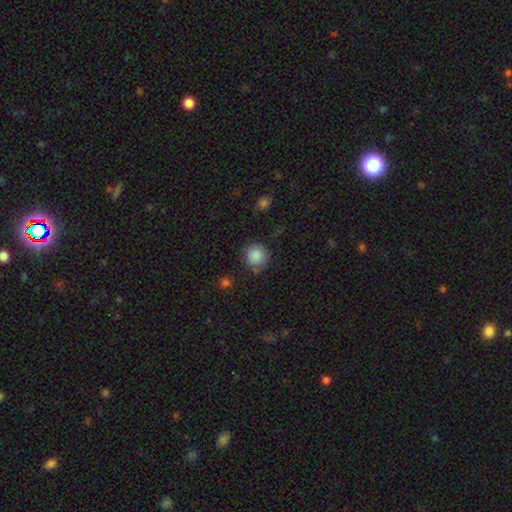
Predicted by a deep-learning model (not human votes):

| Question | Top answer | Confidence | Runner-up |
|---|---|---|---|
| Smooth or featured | smooth | 86% | star or artifact (9%) |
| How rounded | round | 93% | in between (7%) |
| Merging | none | 80% | minor disturbance (13%) |